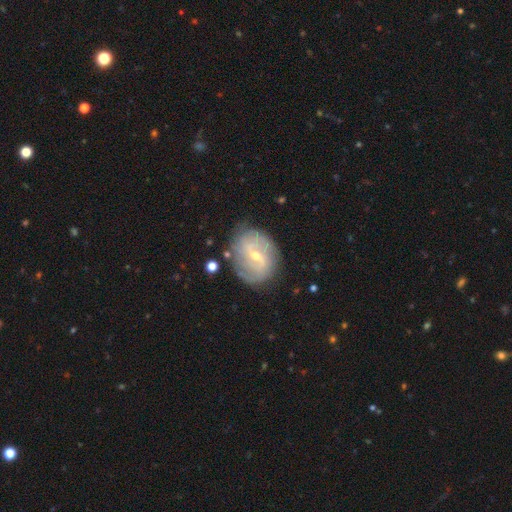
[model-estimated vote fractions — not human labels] Morphology: type=featured or disk (78%); edge-on=no (96%); bar=weak (53%); spiral arms=yes (88%); winding=tight (42%); arm count=2 (51%); bulge=small (63%); merging=none (77%).